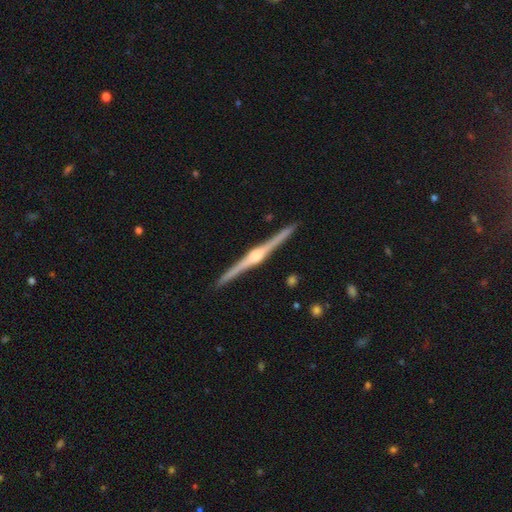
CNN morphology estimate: Smooth or featured?
  - featured or disk: 89% *
  - smooth: 7%
  - star or artifact: 4%
Edge-on disk?
  - yes: 99% *
  - no: 1%
Edge-on bulge?
  - rounded: 88% *
  - boxy: 9%
  - none: 4%
Merging?
  - none: 92% *
  - minor disturbance: 5%
  - major disturbance: 1%
  - merger: 1%